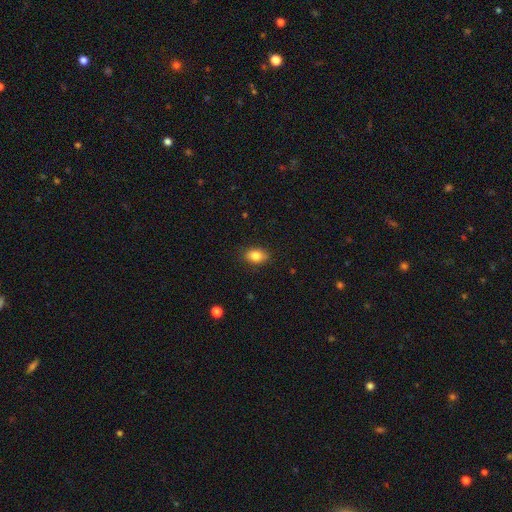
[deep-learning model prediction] smooth 84%, star or artifact 9%, featured or disk 7%. Down the decision tree: how rounded — in between (79%); merging — none (86%).